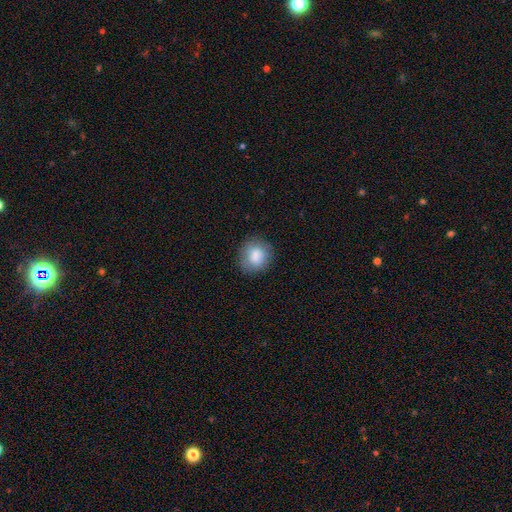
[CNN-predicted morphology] This is clearly a smooth galaxy (83%). How rounded: likely round (77%). Merging: clearly none (83%).